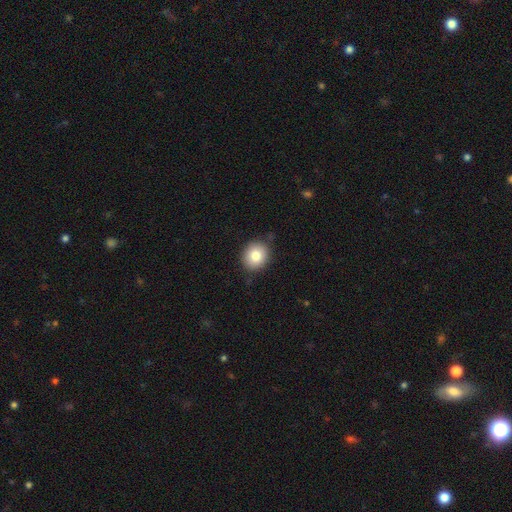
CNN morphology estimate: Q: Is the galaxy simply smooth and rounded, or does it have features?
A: smooth — 82%.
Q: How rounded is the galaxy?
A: round — 75%.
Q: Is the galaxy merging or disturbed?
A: none — 85%.